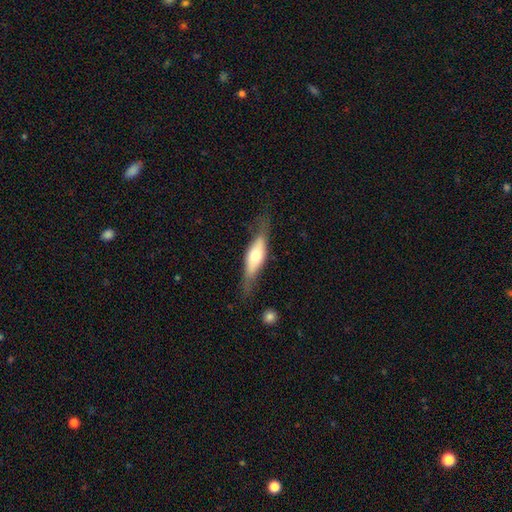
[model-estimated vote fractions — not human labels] Smooth or featured?
  - featured or disk: 49% *
  - smooth: 45%
  - star or artifact: 6%
Merging?
  - none: 66% *
  - minor disturbance: 22%
  - major disturbance: 9%
  - merger: 2%